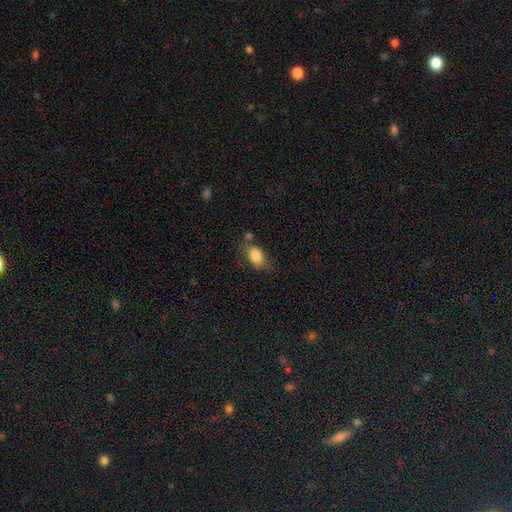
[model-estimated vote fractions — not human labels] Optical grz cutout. It shows a smooth galaxy with no disk features (83%) that is in between round and cigar-shaped (87%). Merging: none (58%).